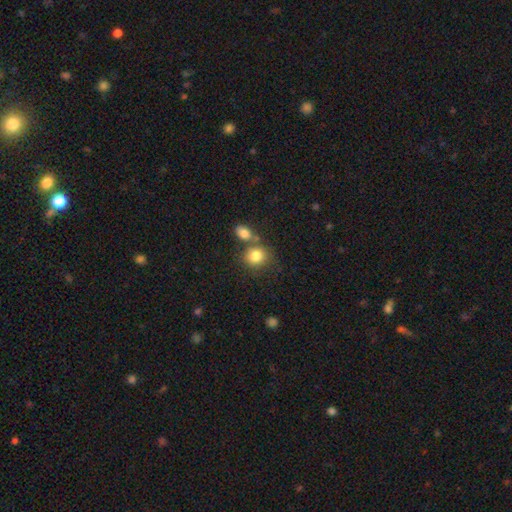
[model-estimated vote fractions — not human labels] smooth 82%, star or artifact 10%, featured or disk 8%. Down the decision tree: how rounded — round (76%); merging — none (57%).